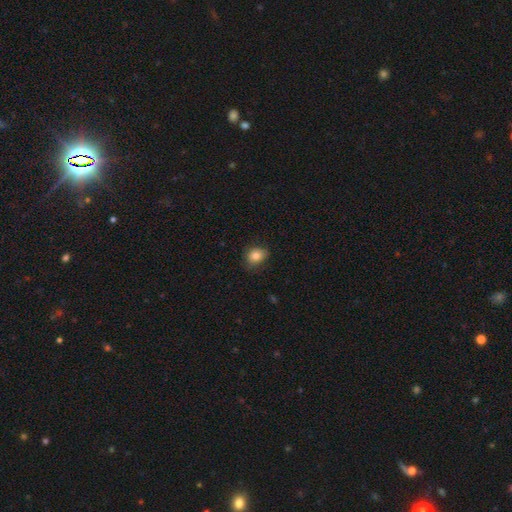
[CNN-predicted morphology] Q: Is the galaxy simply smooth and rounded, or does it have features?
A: smooth — 83%.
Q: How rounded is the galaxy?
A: in between — 55%.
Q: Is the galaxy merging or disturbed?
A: none — 70%.